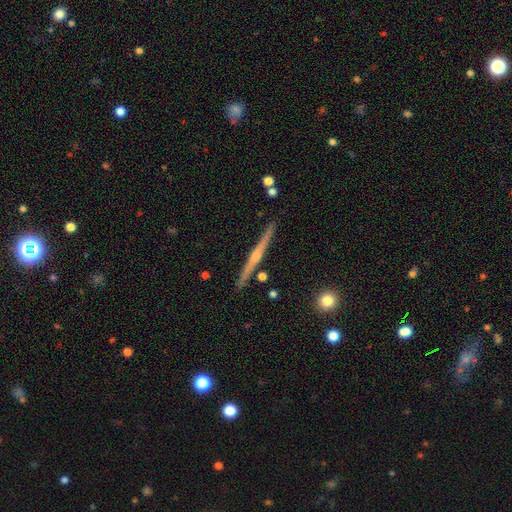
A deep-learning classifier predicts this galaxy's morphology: Smooth or featured: featured or disk — 80% (smooth — 14%)
Edge-on disk: yes — 98% (no — 2%)
Edge-on bulge: rounded — 78% (none — 16%)
Merging: none — 91% (minor disturbance — 6%)